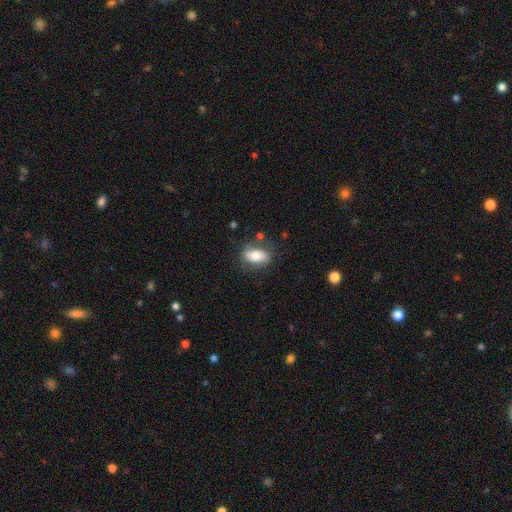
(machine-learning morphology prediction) smooth-or-featured: smooth: 58% | featured or disk: 35% | star or artifact: 7%
  how-rounded: in between: 83% | round: 12% | cigar-shaped: 5%
  merging: none: 69% | minor disturbance: 19% | major disturbance: 8% | merger: 4%